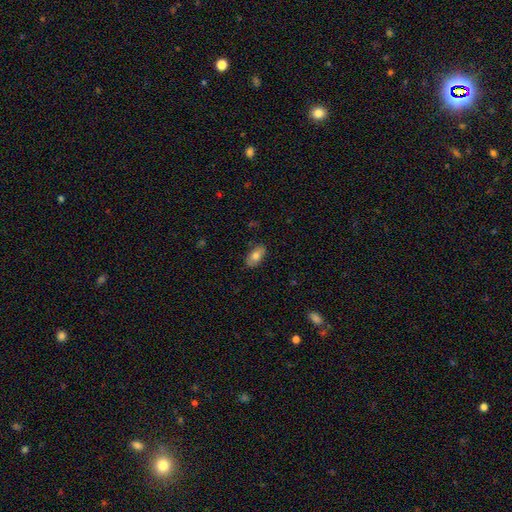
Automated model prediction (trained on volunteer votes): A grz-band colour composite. It shows a smooth galaxy with no disk features (76%) that is in between round and cigar-shaped (92%). Merging: none (84%).